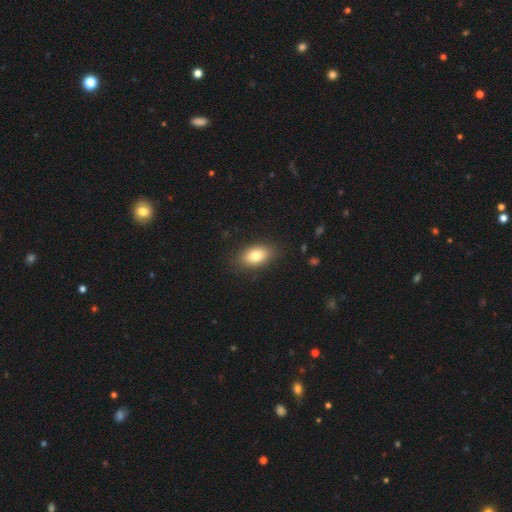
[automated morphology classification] A smooth galaxy with no disk features (80%) that is in between round and cigar-shaped (89%).

Vote fractions:
- Smooth or featured? smooth: 80% / featured or disk: 12% / star or artifact: 8%
- How rounded? in between: 89% / round: 9% / cigar-shaped: 2%
- Merging? none: 86% / minor disturbance: 10% / major disturbance: 3% / merger: 1%